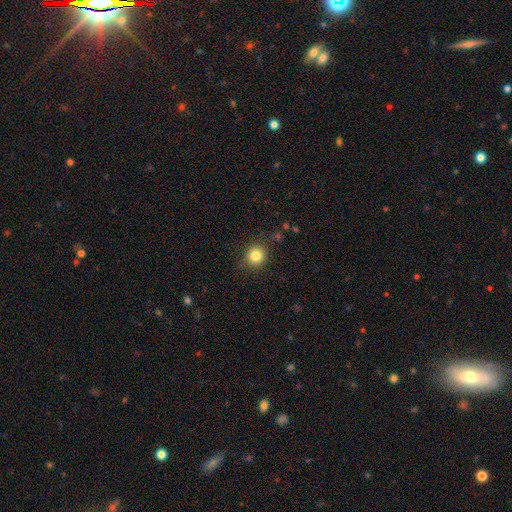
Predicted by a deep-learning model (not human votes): Smooth or featured: smooth — 83% (star or artifact — 11%)
How rounded: round — 90% (in between — 9%)
Merging: none — 87% (minor disturbance — 9%)